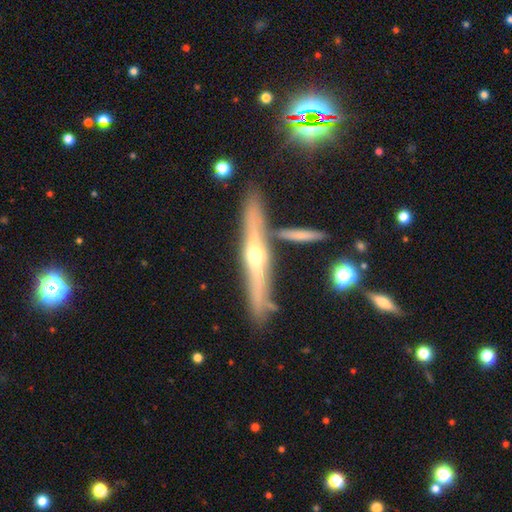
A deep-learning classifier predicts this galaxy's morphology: Smooth or featured?
  - featured or disk: 73% *
  - smooth: 21%
  - star or artifact: 7%
Edge-on disk?
  - yes: 95% *
  - no: 5%
Edge-on bulge?
  - rounded: 91% *
  - none: 6%
  - boxy: 3%
Merging?
  - none: 79% *
  - minor disturbance: 10%
  - merger: 8%
  - major disturbance: 3%